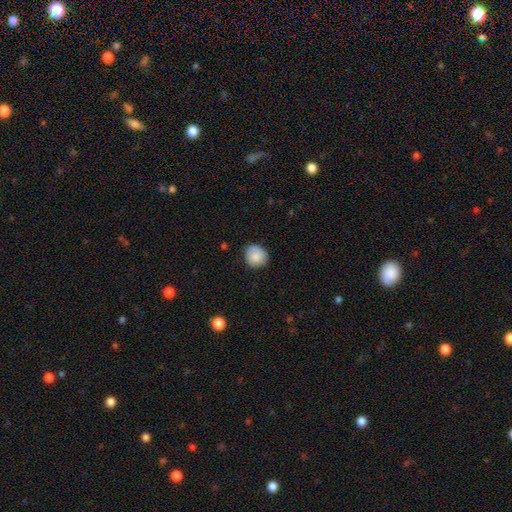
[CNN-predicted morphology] Smooth or featured? Predicted: smooth (p=0.85). How rounded? Predicted: round (p=0.81). Merging? Predicted: none (p=0.76).